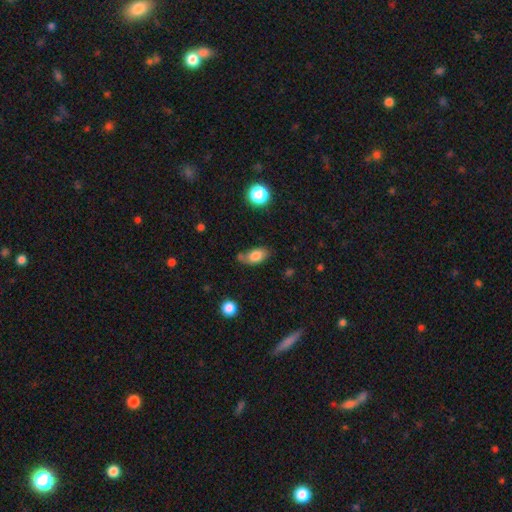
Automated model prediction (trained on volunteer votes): smooth_or_featured: smooth (p=0.80) [alt: featured or disk p=0.11]
how_rounded: in between (p=0.89) [alt: round p=0.08]
merging: none (p=0.54) [alt: minor disturbance p=0.26]